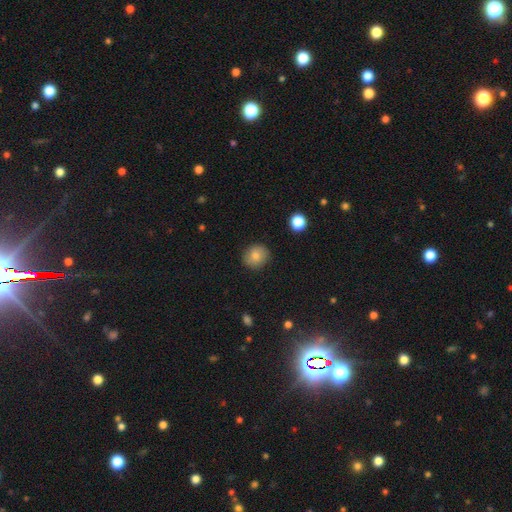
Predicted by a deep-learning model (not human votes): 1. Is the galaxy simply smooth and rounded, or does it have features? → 81% smooth, 9% star or artifact, 9% featured or disk.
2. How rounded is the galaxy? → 82% round, 17% in between, 1% cigar-shaped.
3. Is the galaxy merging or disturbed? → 87% none, 10% minor disturbance, 2% major disturbance, 1% merger.